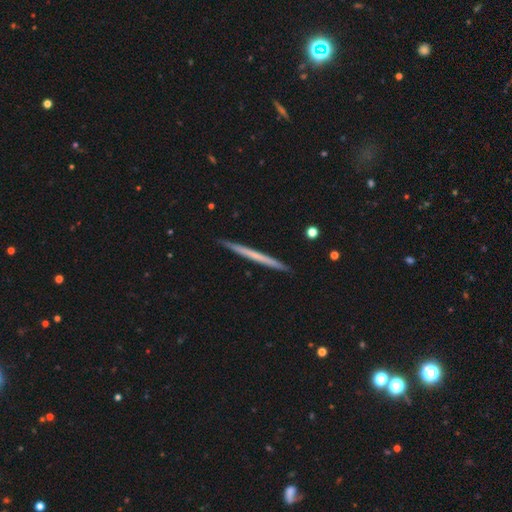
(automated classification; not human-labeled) Q: Smooth or featured?
A: smooth (48%); runner-up: featured or disk (47%)
Q: Merging?
A: none (92%); runner-up: minor disturbance (6%)